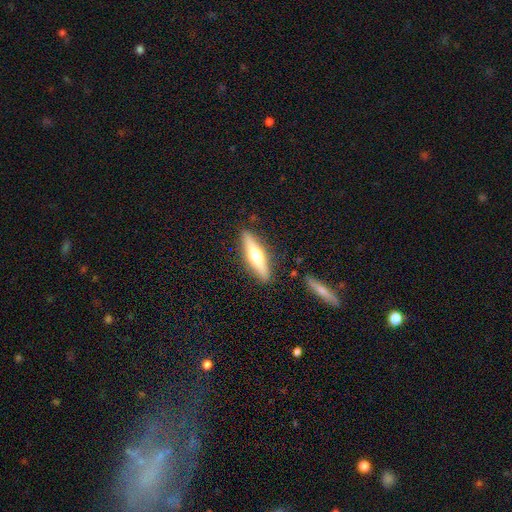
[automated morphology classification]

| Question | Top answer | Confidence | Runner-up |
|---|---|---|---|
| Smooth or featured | featured or disk | 55% | smooth (39%) |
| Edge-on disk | yes | 93% | no (7%) |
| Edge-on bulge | rounded | 94% | none (3%) |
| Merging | none | 88% | minor disturbance (8%) |